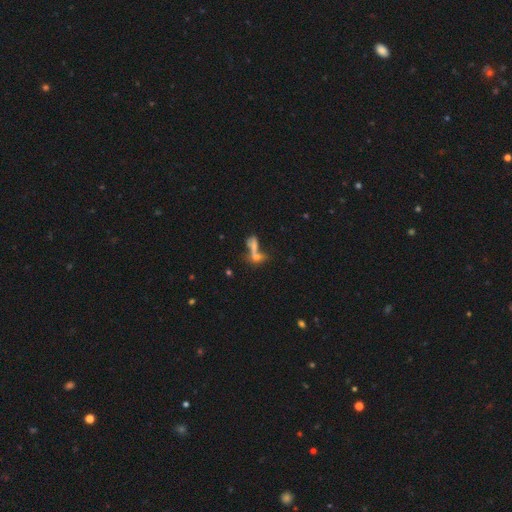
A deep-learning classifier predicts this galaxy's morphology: Smooth or featured? smooth (52%)
How rounded? in between (52%)
Merging? merger (59%)